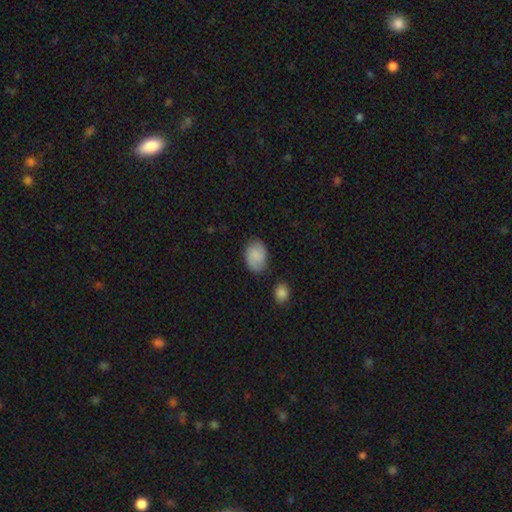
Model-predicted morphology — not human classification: Smooth or featured? smooth (85%)
How rounded? in between (84%)
Merging? none (74%)